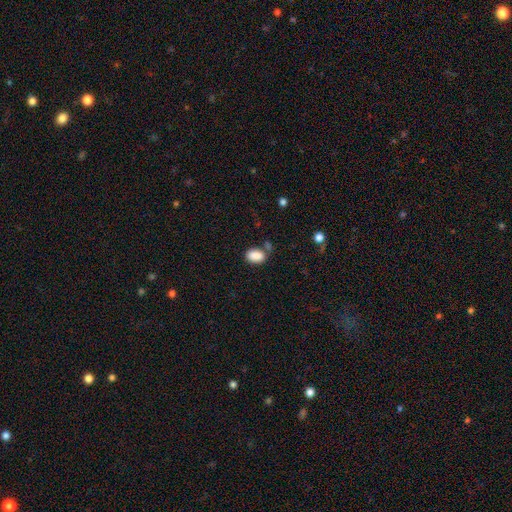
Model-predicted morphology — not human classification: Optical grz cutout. It shows a smooth galaxy with no disk features (88%) that is in between round and cigar-shaped (85%). Merging: none (68%).